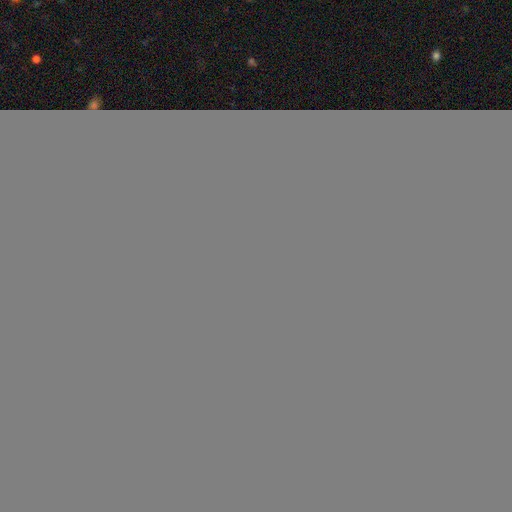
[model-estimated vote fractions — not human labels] smooth_or_featured: featured or disk (p=0.86) [alt: smooth p=0.09]
disk_edge_on: no (p=0.93) [alt: yes p=0.07]
bar: no (p=0.72) [alt: weak p=0.23]
has_spiral_arms: yes (p=0.95) [alt: no p=0.05]
spiral_winding: tight (p=0.68) [alt: medium p=0.26]
spiral_arm_count: can't tell (p=0.32) [alt: 2 p=0.29]
bulge_size: moderate (p=0.51) [alt: small p=0.46]
merging: none (p=0.71) [alt: minor disturbance p=0.21]